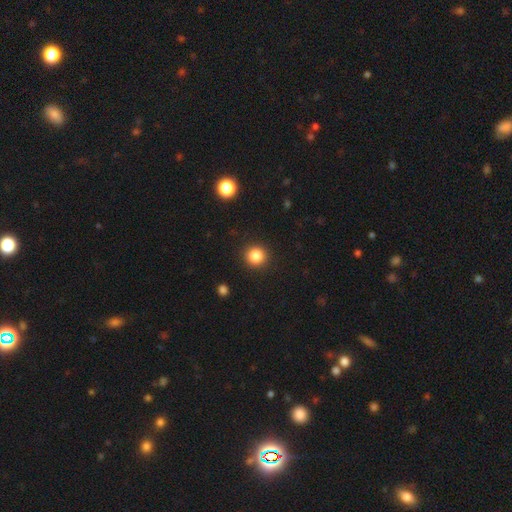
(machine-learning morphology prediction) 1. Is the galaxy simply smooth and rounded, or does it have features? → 84% smooth, 11% star or artifact, 5% featured or disk.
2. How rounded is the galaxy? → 93% round, 6% in between, 1% cigar-shaped.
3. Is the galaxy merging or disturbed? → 92% none, 5% minor disturbance, 2% major disturbance, 1% merger.